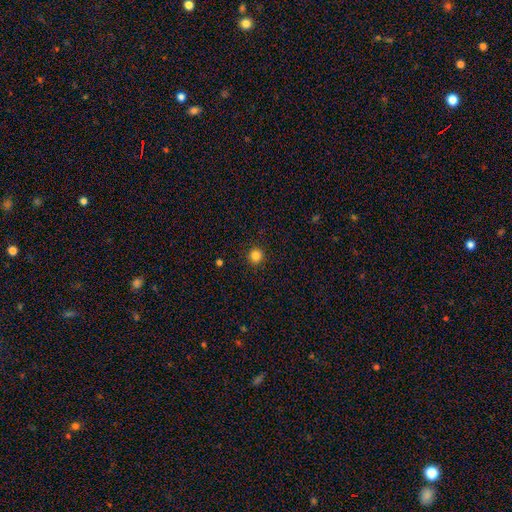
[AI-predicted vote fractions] A smooth galaxy with no disk features (84%) that is round (95%). Merging: none (93%).